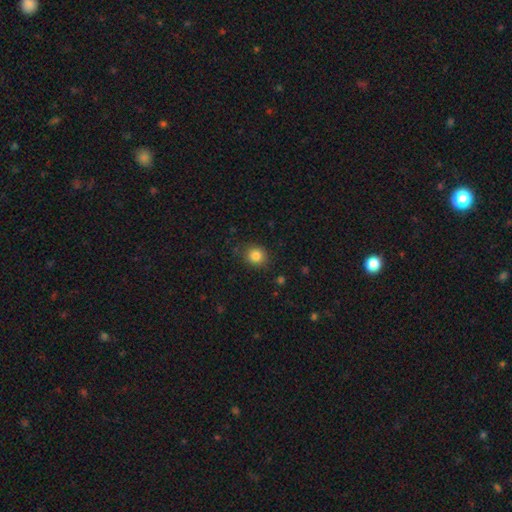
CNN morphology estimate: Smooth or featured? Predicted: smooth (p=0.84). How rounded? Predicted: round (p=0.84). Merging? Predicted: none (p=0.85).